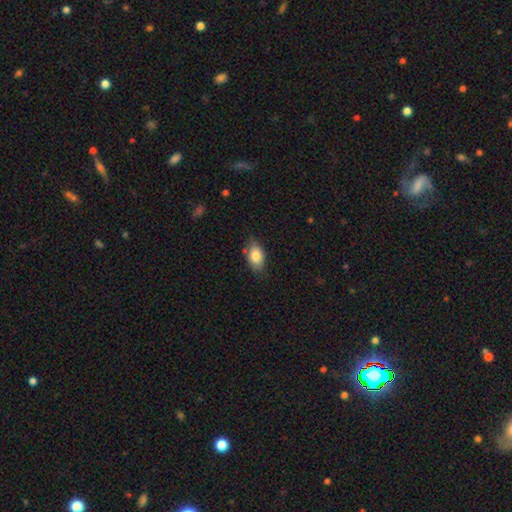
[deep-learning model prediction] The model was most divided on "merging": none: 76%, minor disturbance: 19%, major disturbance: 3%, merger: 2%. More confident: how rounded — in between (89%); smooth or featured — smooth (82%).